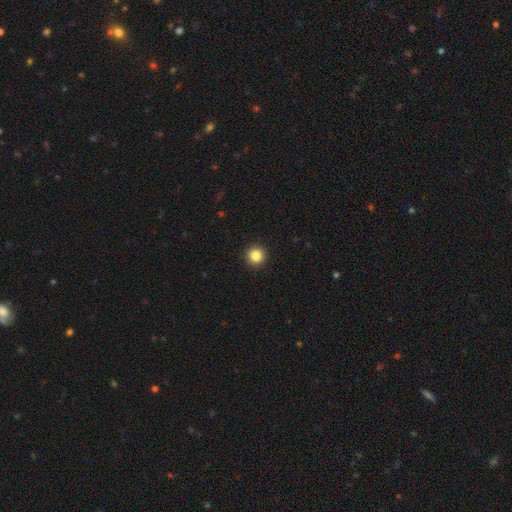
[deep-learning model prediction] Overall: smooth (85%). How rounded: round (95%). Merging: none (94%).